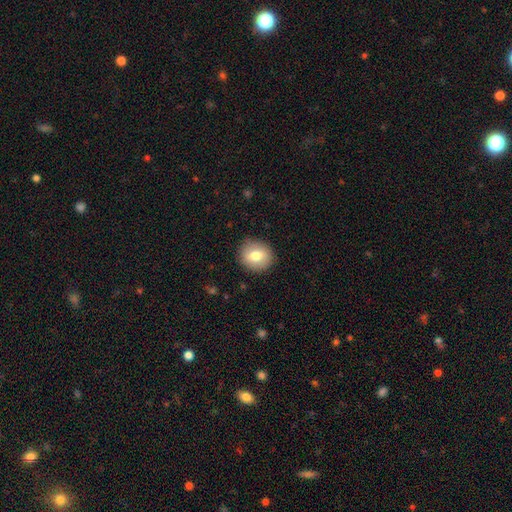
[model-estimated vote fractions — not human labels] This is likely a smooth galaxy (75%). How rounded: clearly round (82%). Merging: clearly none (90%).